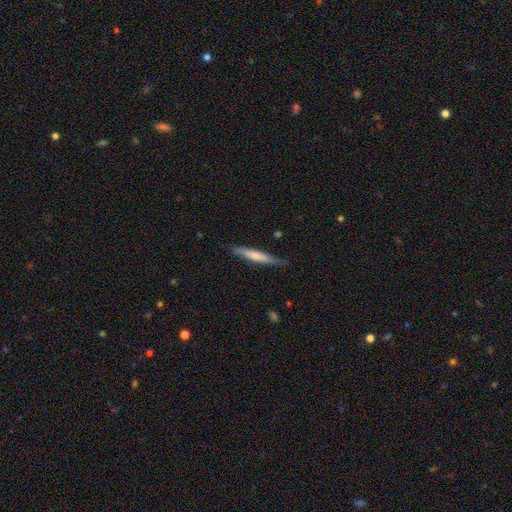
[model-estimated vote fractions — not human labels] This appears to be a smooth galaxy with no disk features (64%) that is cigar-shaped (94%). Merging: none (76%).